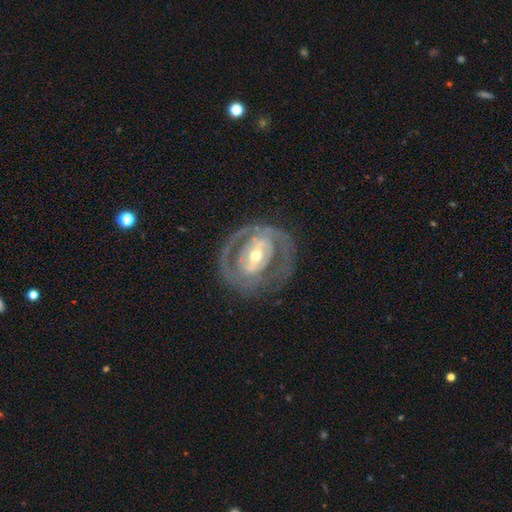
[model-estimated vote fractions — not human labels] This appears to be a featured or disk galaxy (83%) with a strong bar (38%), 2 (59%) tight (54%) spiral arms (71%) and a moderate central bulge (56%). Merging: none (68%).